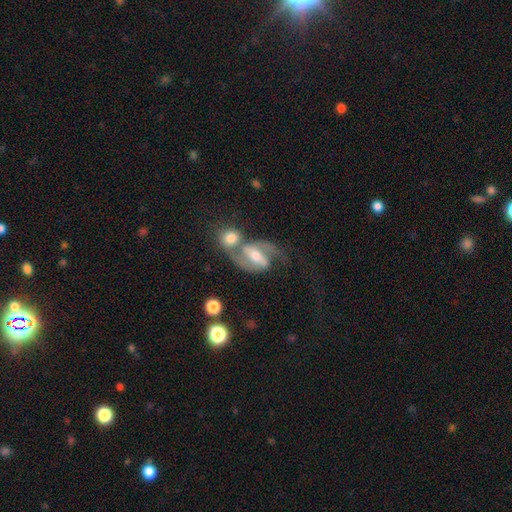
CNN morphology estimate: featured or disk 85%, smooth 9%, star or artifact 6%. Down the decision tree: edge-on disk — no (97%); bar — strong (51%); spiral arms — yes (96%); spiral arm count — 2 (92%); spiral winding — medium (55%); bulge size — moderate (57%); merging — none (44%).